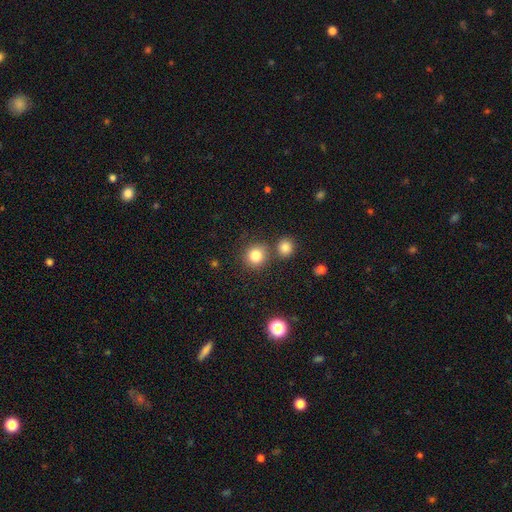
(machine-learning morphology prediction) A smooth galaxy with no disk features (83%) that is round (90%).

Vote fractions:
- Smooth or featured? smooth: 83% / star or artifact: 11% / featured or disk: 6%
- How rounded? round: 90% / in between: 9% / cigar-shaped: 1%
- Merging? none: 74% / merger: 14% / minor disturbance: 9% / major disturbance: 3%